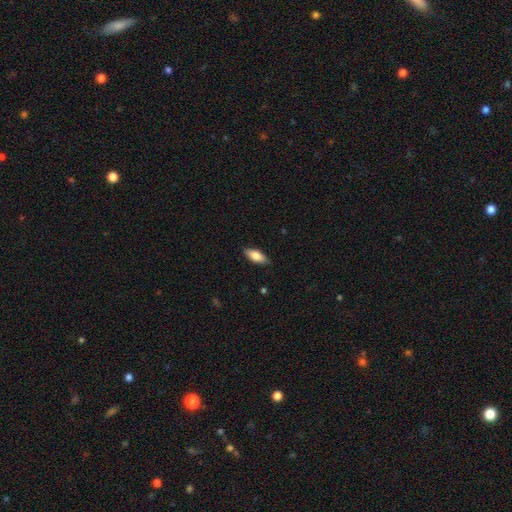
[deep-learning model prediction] A smooth galaxy with no disk features (79%) that is in between round and cigar-shaped (80%).

Vote fractions:
- Smooth or featured? smooth: 79% / featured or disk: 14% / star or artifact: 6%
- How rounded? in between: 80% / cigar-shaped: 18% / round: 2%
- Merging? none: 86% / minor disturbance: 11% / major disturbance: 2% / merger: 1%